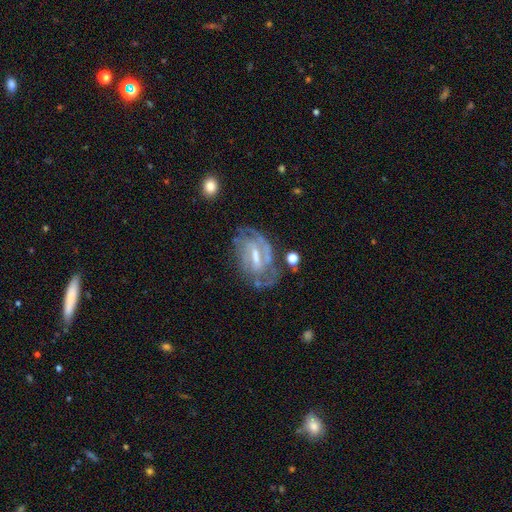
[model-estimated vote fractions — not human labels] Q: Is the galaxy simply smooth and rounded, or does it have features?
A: featured or disk — 79%.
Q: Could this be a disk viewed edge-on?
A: no — 94%.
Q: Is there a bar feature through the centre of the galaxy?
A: weak — 44%.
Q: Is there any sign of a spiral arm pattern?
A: yes — 84%.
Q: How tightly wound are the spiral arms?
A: tight — 54%.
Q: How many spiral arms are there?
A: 2 — 38%.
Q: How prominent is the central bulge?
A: small — 46%.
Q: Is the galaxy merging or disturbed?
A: none — 59%.